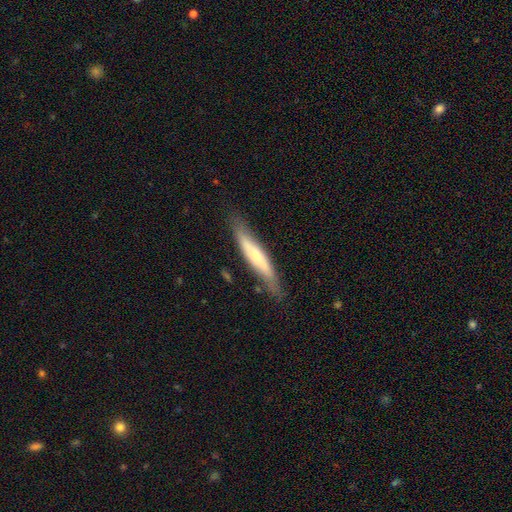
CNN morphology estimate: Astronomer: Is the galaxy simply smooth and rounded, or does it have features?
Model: smooth — 53% (runner-up: featured or disk, 41%).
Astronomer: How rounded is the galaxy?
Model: cigar-shaped — 88%.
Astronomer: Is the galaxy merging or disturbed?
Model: none — 77%.